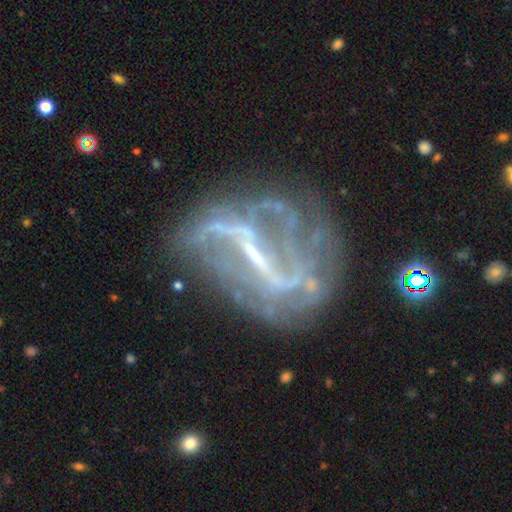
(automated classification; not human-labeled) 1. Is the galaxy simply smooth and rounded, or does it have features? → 83% featured or disk, 10% star or artifact, 7% smooth.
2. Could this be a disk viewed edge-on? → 95% no, 5% yes.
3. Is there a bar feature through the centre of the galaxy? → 64% strong, 26% weak, 10% no.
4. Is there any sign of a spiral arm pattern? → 78% yes, 22% no.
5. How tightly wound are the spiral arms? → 48% loose, 31% medium, 20% tight.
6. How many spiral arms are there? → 39% 2, 33% can't tell, 10% 3, 7% 1, 6% 4, 5% more than 4.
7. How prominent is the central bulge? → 56% small, 27% none, 14% moderate, 2% large, 1% dominant.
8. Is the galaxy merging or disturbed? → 54% none, 21% major disturbance, 20% minor disturbance, 4% merger.